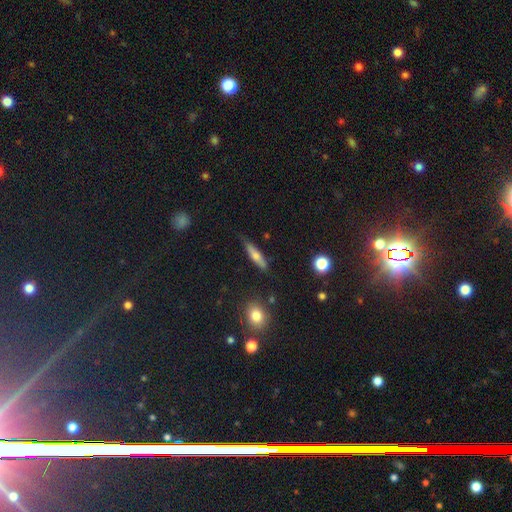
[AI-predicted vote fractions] smooth_or_featured: smooth (p=0.52) [alt: featured or disk p=0.40]
how_rounded: cigar-shaped (p=0.80) [alt: in between p=0.17]
merging: none (p=0.77) [alt: minor disturbance p=0.17]